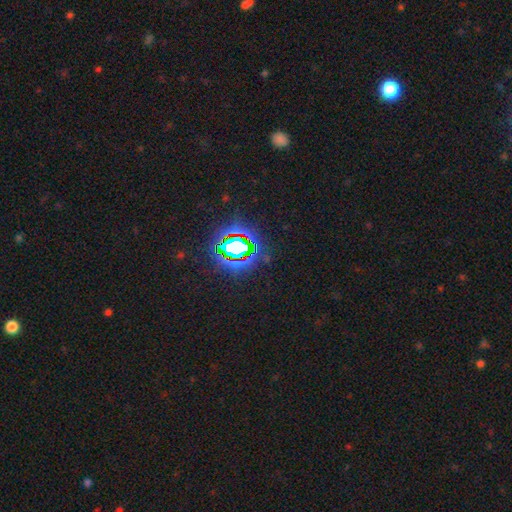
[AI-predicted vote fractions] smooth_or_featured: star or artifact (p=0.82) [alt: smooth p=0.12]